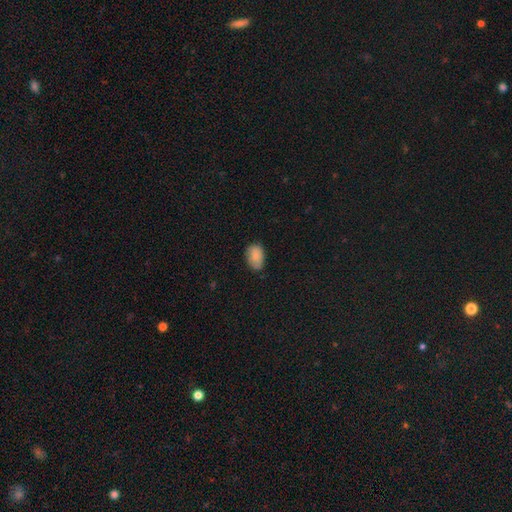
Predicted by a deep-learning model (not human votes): Smooth or featured? smooth (84%)
How rounded? in between (86%)
Merging? none (71%)